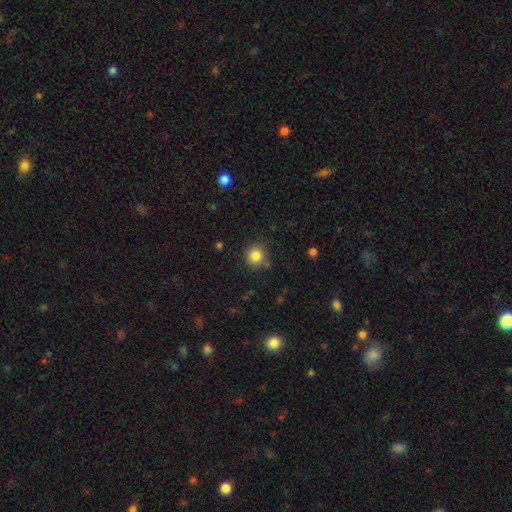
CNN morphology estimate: type=smooth (84%); roundness=round (89%); merging=none (84%).